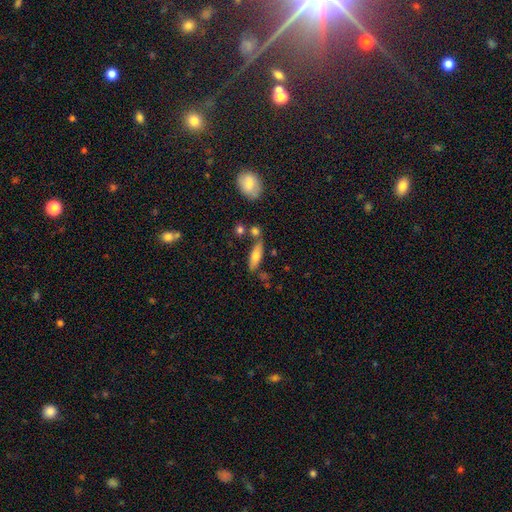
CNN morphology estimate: type=smooth (67%); roundness=in between (49%); merging=none (66%).